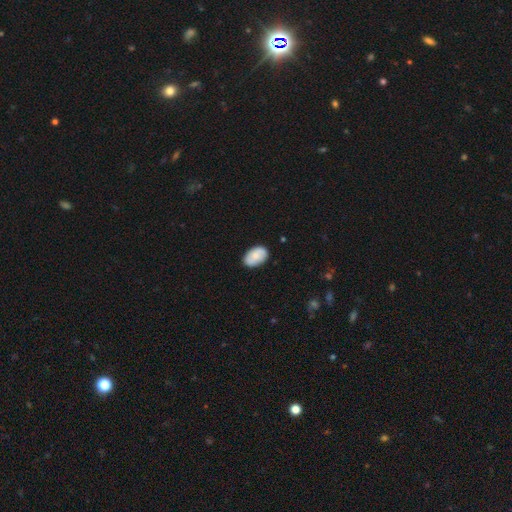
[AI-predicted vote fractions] Overall: smooth (74%). How rounded: in between (90%). Merging: none (81%).